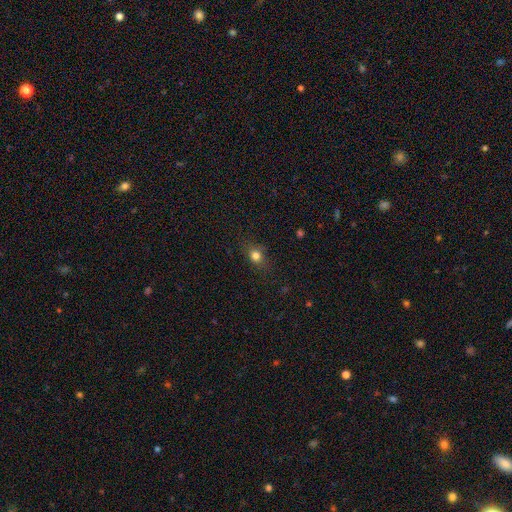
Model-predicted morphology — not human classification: type=smooth (77%); roundness=round (55%); merging=none (81%).